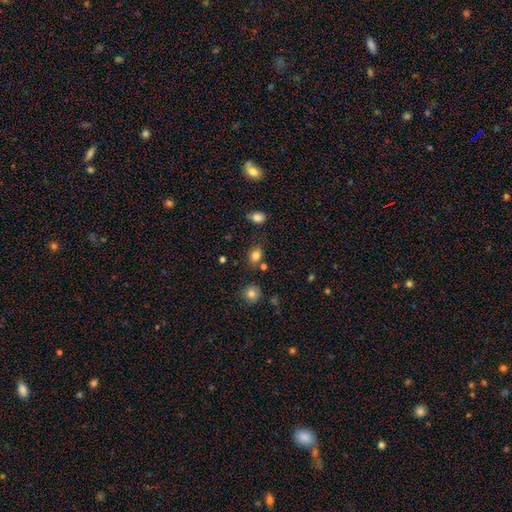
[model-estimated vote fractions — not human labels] Overall: smooth (82%). How rounded: in between (70%). Merging: none (76%).